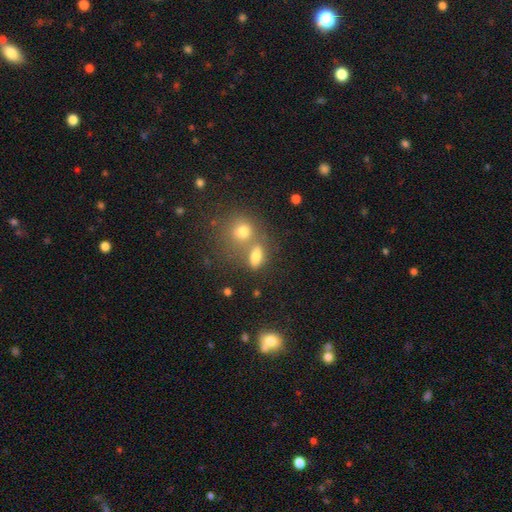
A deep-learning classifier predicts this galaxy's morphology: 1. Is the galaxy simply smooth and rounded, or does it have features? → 73% smooth, 15% star or artifact, 12% featured or disk.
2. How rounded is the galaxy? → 71% in between, 19% round, 10% cigar-shaped.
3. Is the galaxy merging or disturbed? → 49% none, 35% merger, 11% minor disturbance, 5% major disturbance.